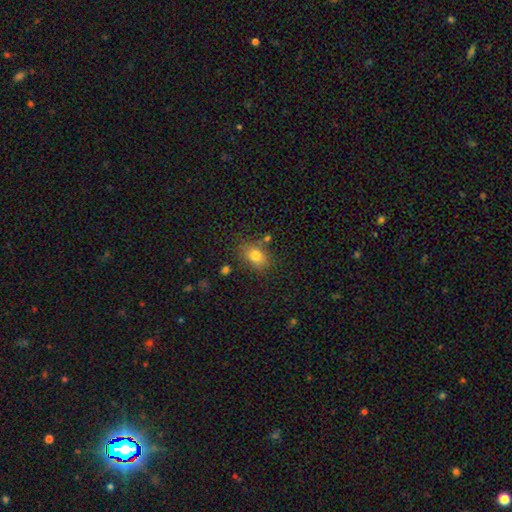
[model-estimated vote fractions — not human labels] Smooth or featured: smooth — 80% (star or artifact — 11%)
How rounded: in between — 69% (round — 30%)
Merging: none — 73% (minor disturbance — 16%)